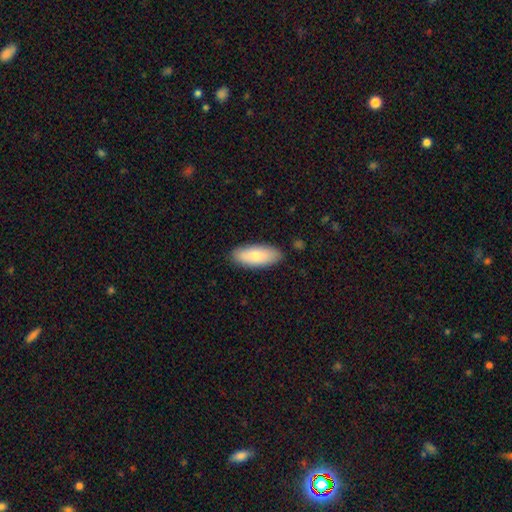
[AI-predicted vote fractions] smooth_or_featured: smooth (p=0.81) [alt: featured or disk p=0.13]
how_rounded: in between (p=0.82) [alt: cigar-shaped p=0.16]
merging: none (p=0.87) [alt: minor disturbance p=0.10]